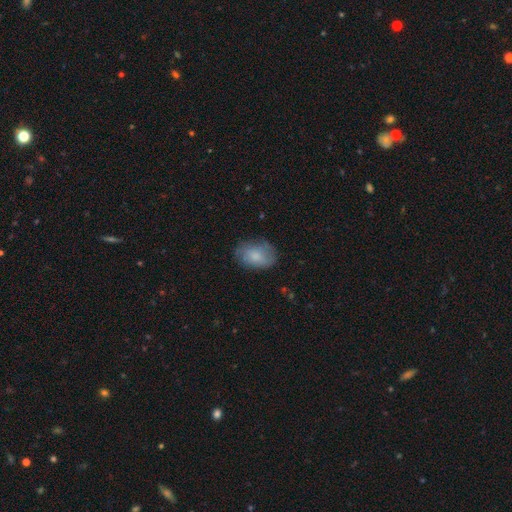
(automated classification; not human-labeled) smooth-or-featured: smooth: 72% | featured or disk: 21% | star or artifact: 7%
  how-rounded: in between: 82% | round: 16% | cigar-shaped: 1%
  merging: none: 71% | minor disturbance: 22% | major disturbance: 6% | merger: 1%